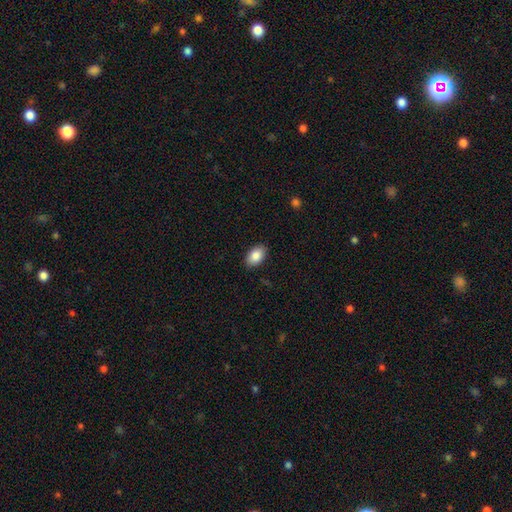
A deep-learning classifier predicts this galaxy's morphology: Smooth or featured? Predicted: smooth (p=0.87). How rounded? Predicted: in between (p=0.91). Merging? Predicted: none (p=0.88).